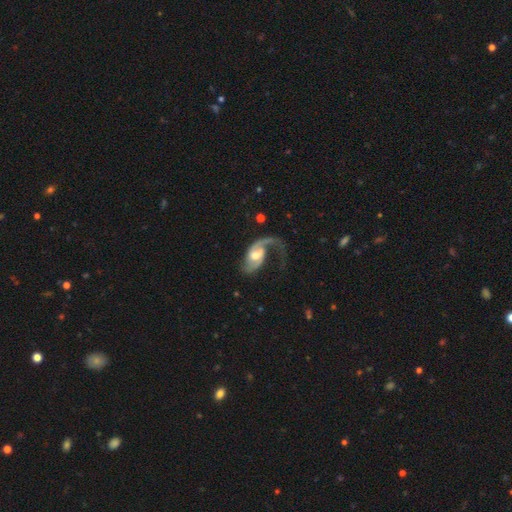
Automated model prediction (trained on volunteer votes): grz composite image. It shows a featured or disk galaxy (86%) with a weak bar (44%), 2 (58%) loose (56%) spiral arms (96%) and a moderate central bulge (63%). Merging: none (42%).